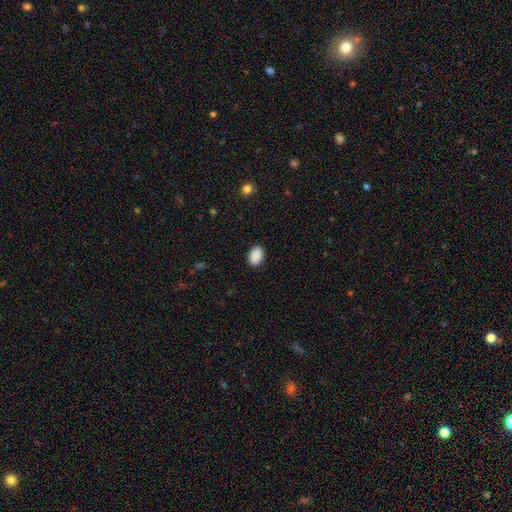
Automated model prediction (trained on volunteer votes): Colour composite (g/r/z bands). It shows a smooth galaxy with no disk features (91%) that is in between round and cigar-shaped (84%). Merging: none (89%).